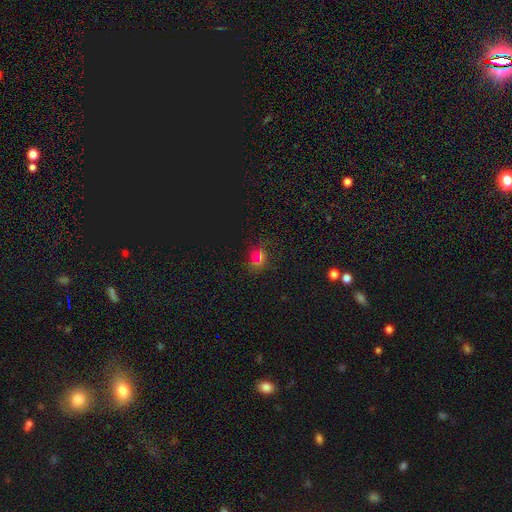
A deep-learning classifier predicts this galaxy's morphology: A star or artifact, not a galaxy (52%).